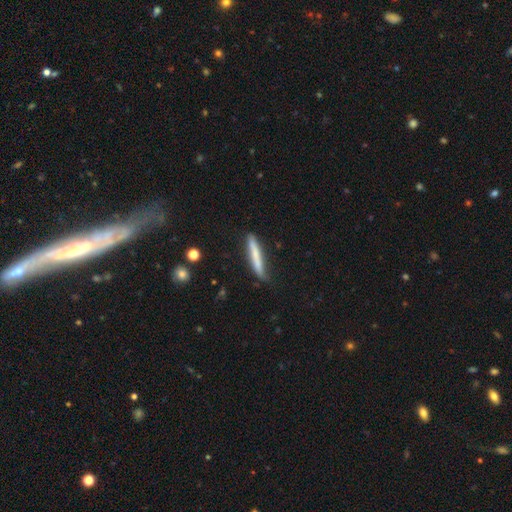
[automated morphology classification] A smooth galaxy with no disk features (67%) that is cigar-shaped (94%).

Vote fractions:
- Smooth or featured? smooth: 67% / featured or disk: 27% / star or artifact: 6%
- How rounded? cigar-shaped: 94% / in between: 4% / round: 1%
- Merging? none: 79% / minor disturbance: 16% / major disturbance: 3% / merger: 2%